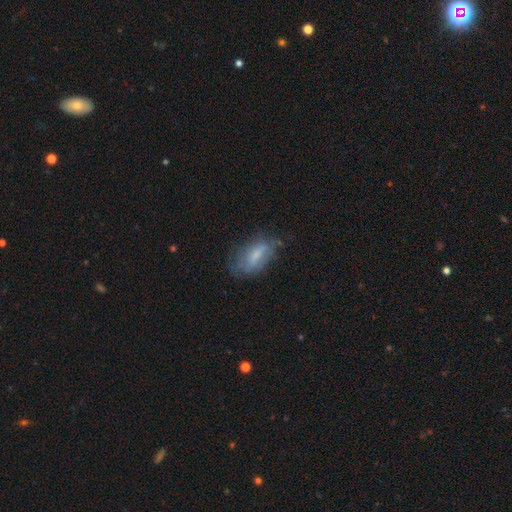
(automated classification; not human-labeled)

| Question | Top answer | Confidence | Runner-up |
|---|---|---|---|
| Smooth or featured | smooth | 59% | featured or disk (32%) |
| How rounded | in between | 80% | cigar-shaped (17%) |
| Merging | none | 56% | minor disturbance (29%) |